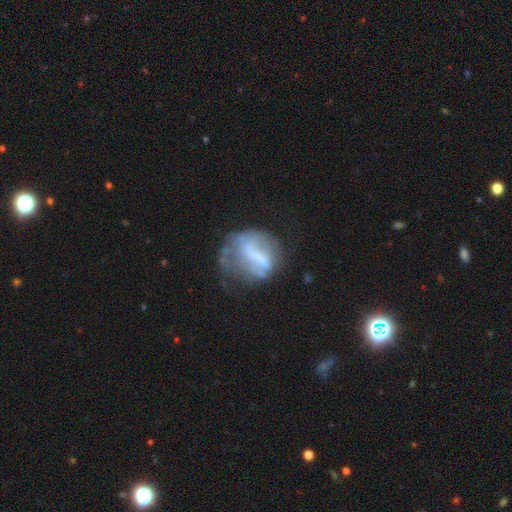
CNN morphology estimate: Smooth or featured? Predicted: featured or disk (p=0.52). Edge-on disk? Predicted: no (p=0.94). Merging? Predicted: none (p=0.39).